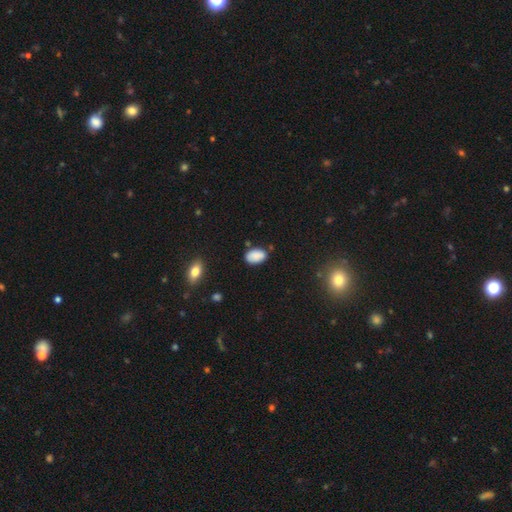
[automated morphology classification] This appears to be a smooth galaxy with no disk features (87%) that is in between round and cigar-shaped (92%). Merging: none (76%).